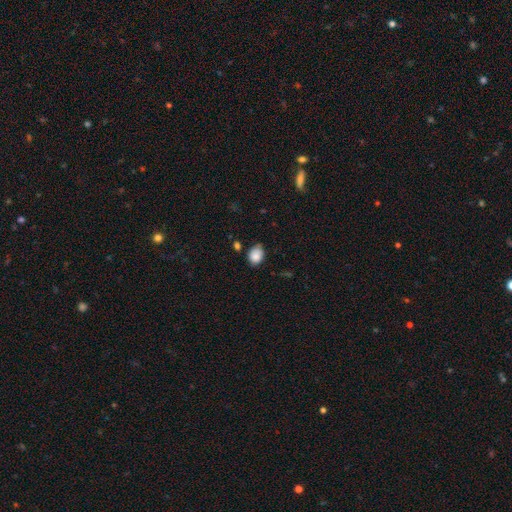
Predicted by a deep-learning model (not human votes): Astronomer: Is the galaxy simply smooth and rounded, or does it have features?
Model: smooth — 85%.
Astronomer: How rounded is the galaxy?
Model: in between — 57% (runner-up: round, 42%).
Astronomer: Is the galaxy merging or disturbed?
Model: none — 66%.